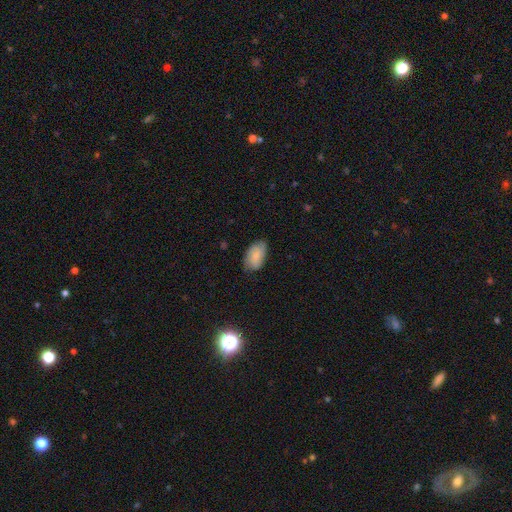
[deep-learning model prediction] smooth 70%, featured or disk 23%, star or artifact 7%. Down the decision tree: how rounded — in between (93%); merging — none (71%).